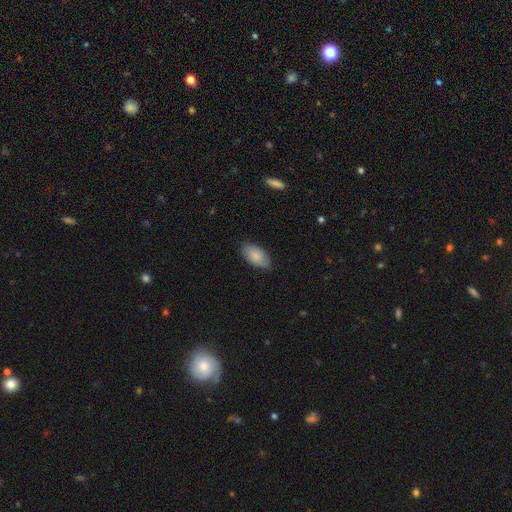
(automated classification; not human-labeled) Smooth or featured?
  - smooth: 83% *
  - featured or disk: 11%
  - star or artifact: 6%
How rounded?
  - in between: 94% *
  - cigar-shaped: 3%
  - round: 3%
Merging?
  - none: 80% *
  - minor disturbance: 17%
  - major disturbance: 3%
  - merger: 1%